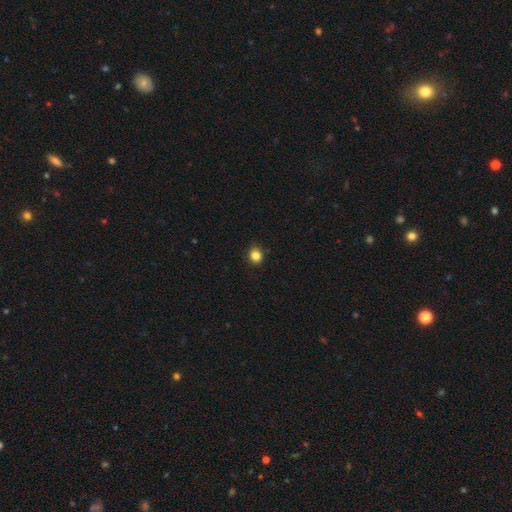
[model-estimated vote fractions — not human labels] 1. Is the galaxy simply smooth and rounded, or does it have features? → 84% smooth, 11% star or artifact, 4% featured or disk.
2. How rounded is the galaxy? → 78% round, 21% in between, 1% cigar-shaped.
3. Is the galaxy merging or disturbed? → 91% none, 7% minor disturbance, 2% major disturbance, 1% merger.